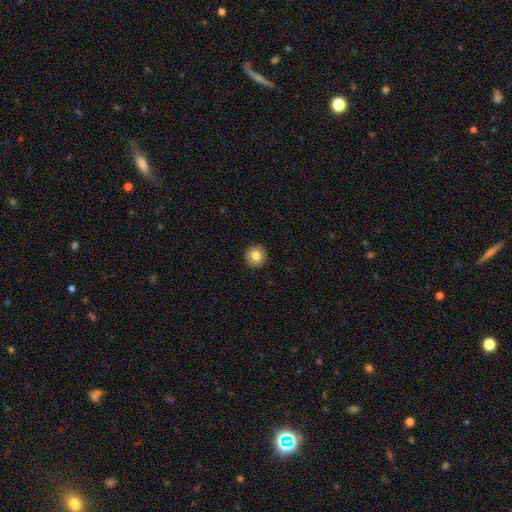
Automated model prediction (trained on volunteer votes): smooth-or-featured: smooth: 80% | featured or disk: 11% | star or artifact: 9%
  how-rounded: round: 94% | in between: 5% | cigar-shaped: 1%
  merging: none: 92% | minor disturbance: 6% | major disturbance: 2% | merger: 1%